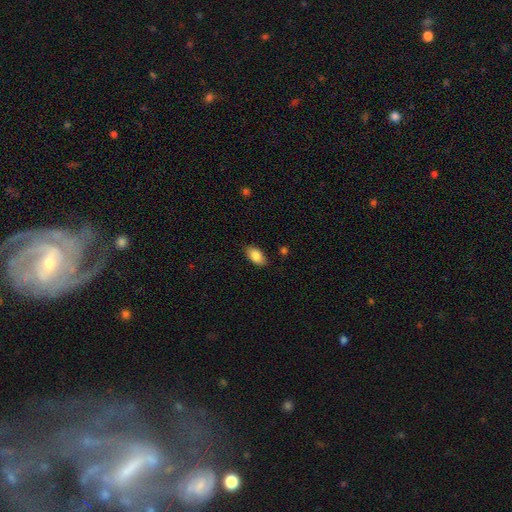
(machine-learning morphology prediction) This is clearly a smooth galaxy (86%). How rounded: clearly in between (93%). Merging: clearly none (84%).